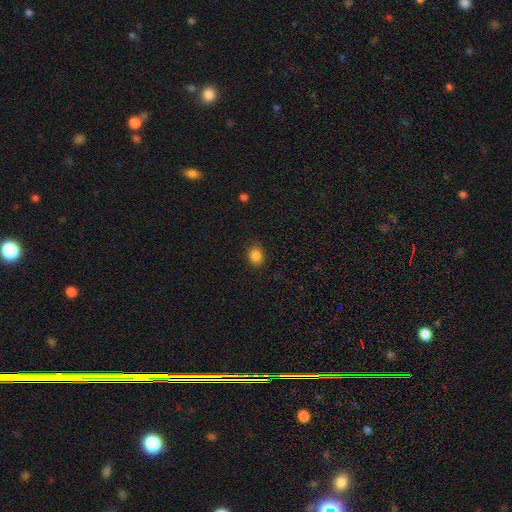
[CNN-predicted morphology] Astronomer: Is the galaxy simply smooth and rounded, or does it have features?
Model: smooth — 86%.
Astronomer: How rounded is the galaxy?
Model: in between — 52% (runner-up: round, 48%).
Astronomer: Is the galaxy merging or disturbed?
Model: none — 85%.